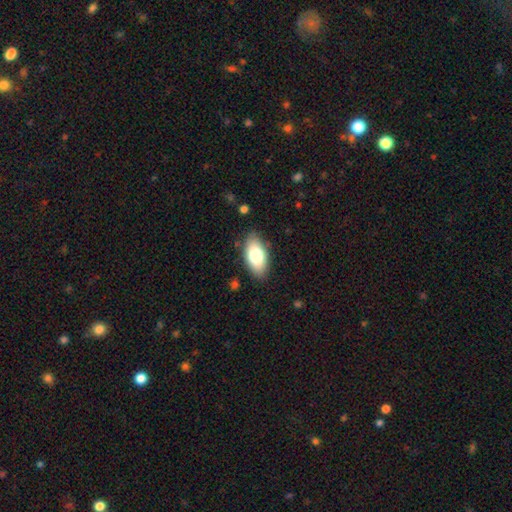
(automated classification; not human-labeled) Smooth or featured?
  - smooth: 79% *
  - featured or disk: 15%
  - star or artifact: 7%
How rounded?
  - in between: 93% *
  - cigar-shaped: 4%
  - round: 3%
Merging?
  - none: 85% *
  - minor disturbance: 12%
  - major disturbance: 3%
  - merger: 1%